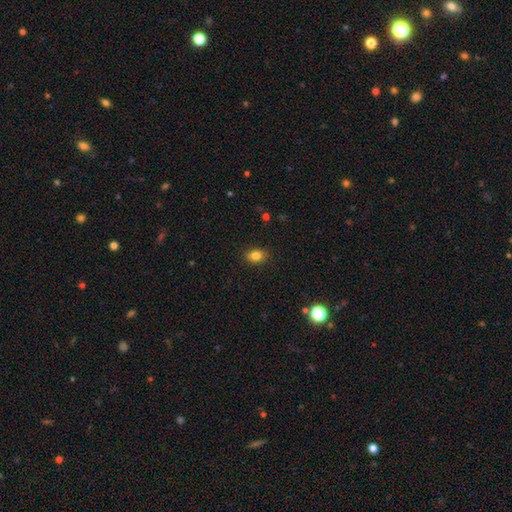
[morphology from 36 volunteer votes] Smooth or featured?
  - smooth: 89% *
  - featured or disk: 8%
  - star or artifact: 3%
How rounded?
  - in between: 66% *
  - round: 34%
  - cigar-shaped: 0%
Merging?
  - none: 94% *
  - minor disturbance: 6%
  - major disturbance: 0%
  - merger: 0%